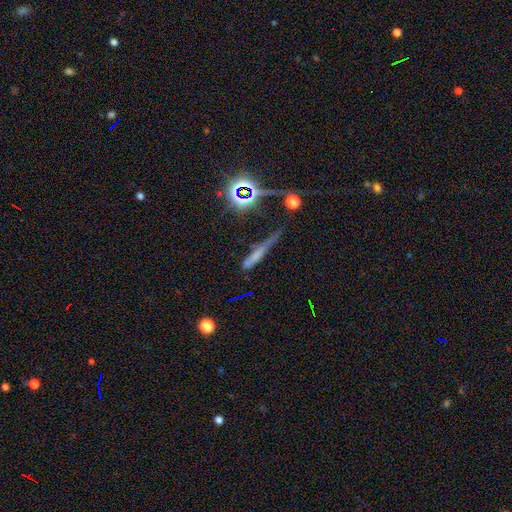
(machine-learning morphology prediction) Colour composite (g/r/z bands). It shows a smooth galaxy with no disk features (50%) that is cigar-shaped (86%). Merging: none (50%).